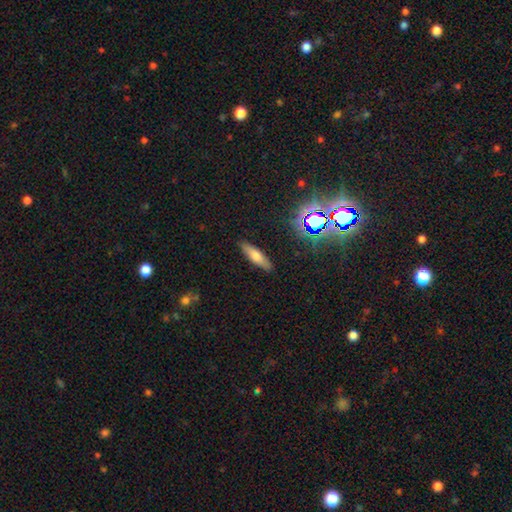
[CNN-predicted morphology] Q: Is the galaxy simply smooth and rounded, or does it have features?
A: smooth — 64%.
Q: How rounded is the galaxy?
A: cigar-shaped — 66%.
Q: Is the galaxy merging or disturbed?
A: none — 88%.